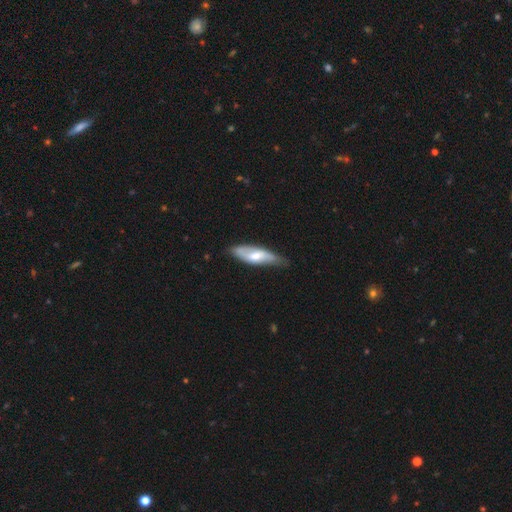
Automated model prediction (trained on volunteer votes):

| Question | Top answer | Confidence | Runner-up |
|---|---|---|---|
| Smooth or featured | featured or disk | 49% | smooth (46%) |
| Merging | none | 63% | minor disturbance (30%) |